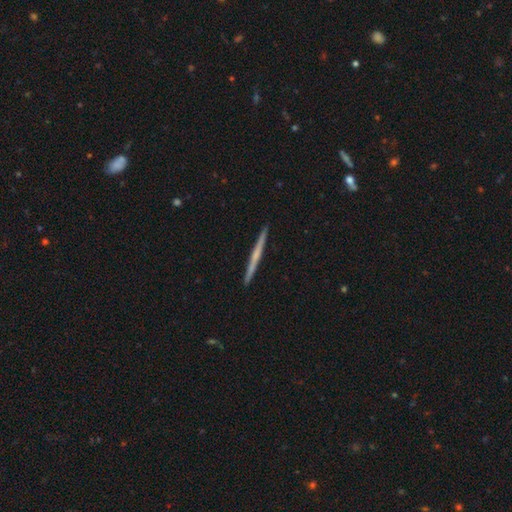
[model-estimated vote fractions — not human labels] The model was most divided on "smooth or featured": featured or disk: 61%, smooth: 33%, star or artifact: 5%. More confident: edge-on disk — yes (98%); merging — none (93%); edge-on bulge — none (69%).